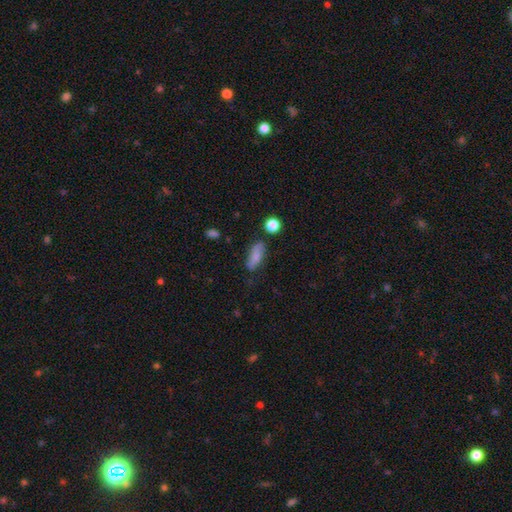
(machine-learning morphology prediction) Q: Smooth or featured?
A: smooth (73%); runner-up: featured or disk (18%)
Q: How rounded?
A: in between (68%); runner-up: cigar-shaped (28%)
Q: Merging?
A: none (69%); runner-up: minor disturbance (21%)